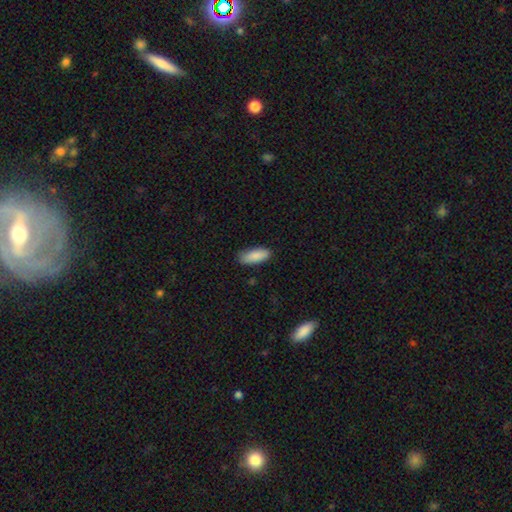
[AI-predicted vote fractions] This appears to be a smooth galaxy with no disk features (89%) that is in between round and cigar-shaped (78%). Merging: none (84%).